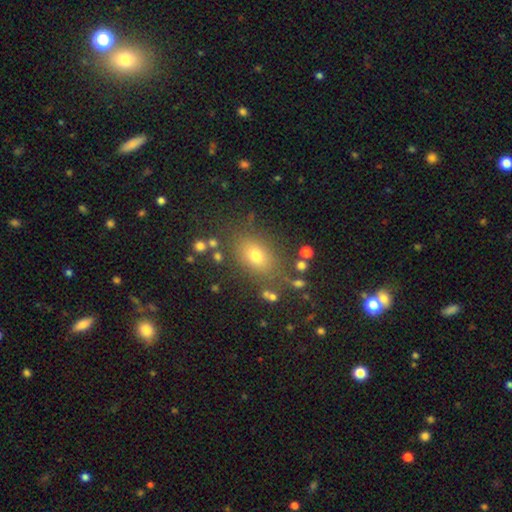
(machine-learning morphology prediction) Smooth or featured?
  - smooth: 71% *
  - star or artifact: 16%
  - featured or disk: 13%
How rounded?
  - in between: 72% *
  - round: 25%
  - cigar-shaped: 2%
Merging?
  - none: 78% *
  - minor disturbance: 12%
  - major disturbance: 5%
  - merger: 5%